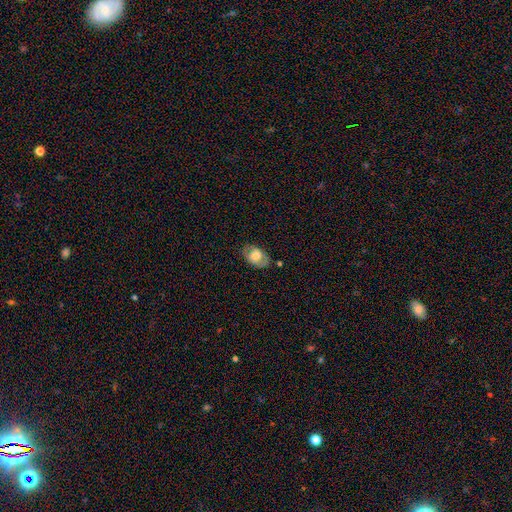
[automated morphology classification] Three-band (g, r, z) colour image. It shows a smooth galaxy with no disk features (58%) that is in between round and cigar-shaped (86%). Merging: none (74%).